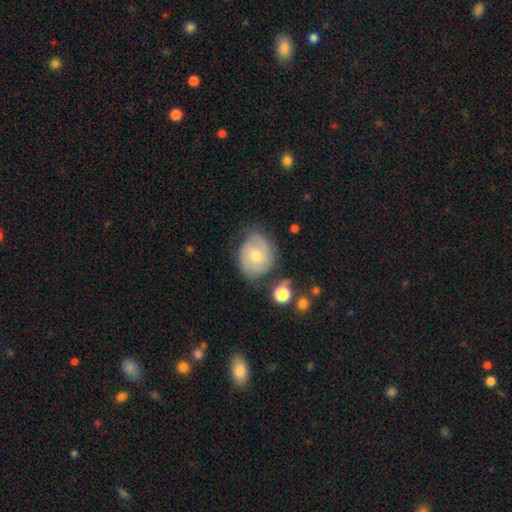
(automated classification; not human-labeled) A featured or disk galaxy (55%) with no bar (68%), spiral arms (80%) and a moderate central bulge (61%). Merging: none (69%).